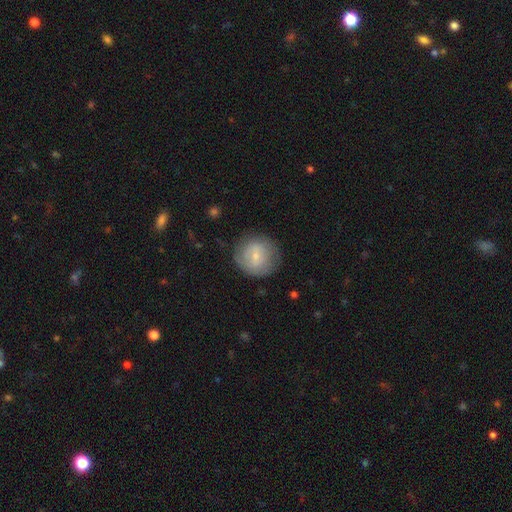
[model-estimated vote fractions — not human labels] Overall: smooth (64%; featured or disk 29%). How rounded: round (90%). Merging: none (76%).